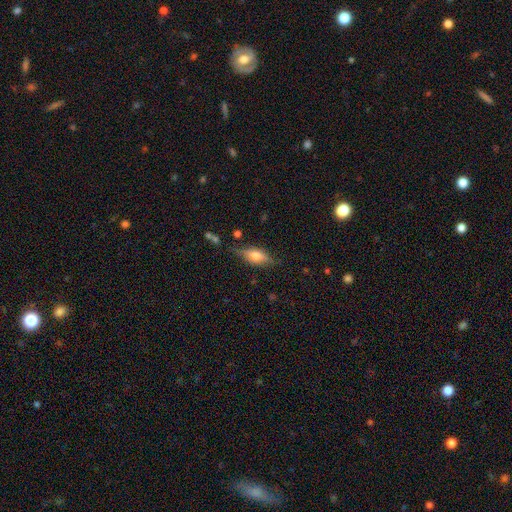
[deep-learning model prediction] Smooth or featured? Predicted: smooth (p=0.47). Merging? Predicted: none (p=0.74).